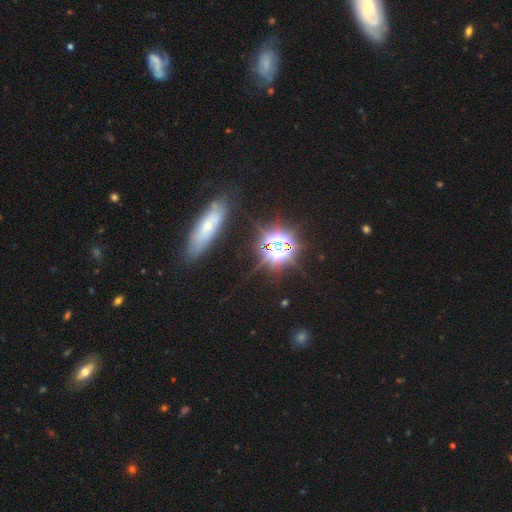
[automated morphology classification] smooth-or-featured: smooth: 44% | star or artifact: 36% | featured or disk: 20%
  merging: none: 85% | minor disturbance: 8% | merger: 4% | major disturbance: 3%